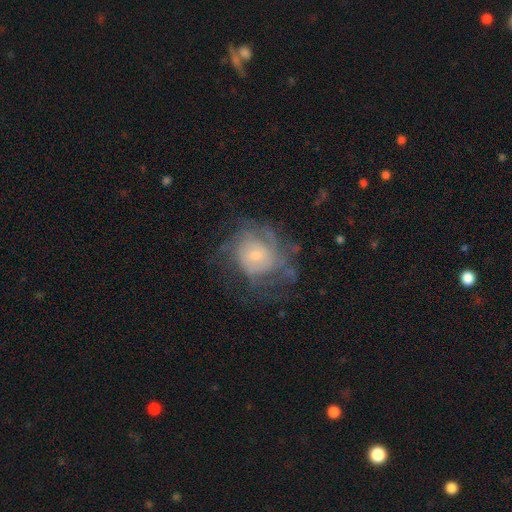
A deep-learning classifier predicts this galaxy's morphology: Overall: featured or disk (66%). Edge-on disk: no (97%). Bar: no (75%). Spiral arms: yes (73%). Bulge size: small (53%; moderate 37%). Merging: none (54%; major disturbance 23%).